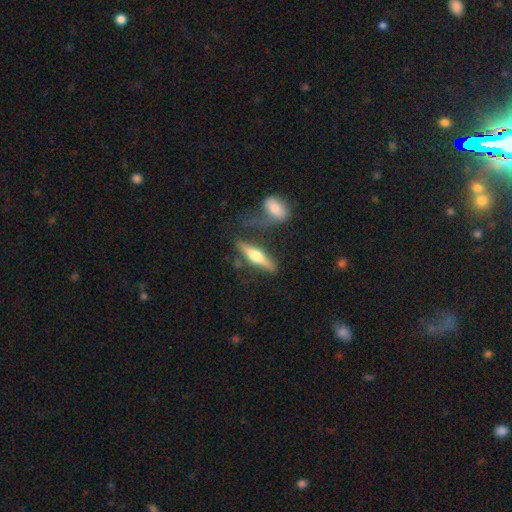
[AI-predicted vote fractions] Overall: featured or disk (61%; smooth 34%). Edge-on disk: yes (94%). Edge-on bulge: rounded (92%). Merging: none (67%).